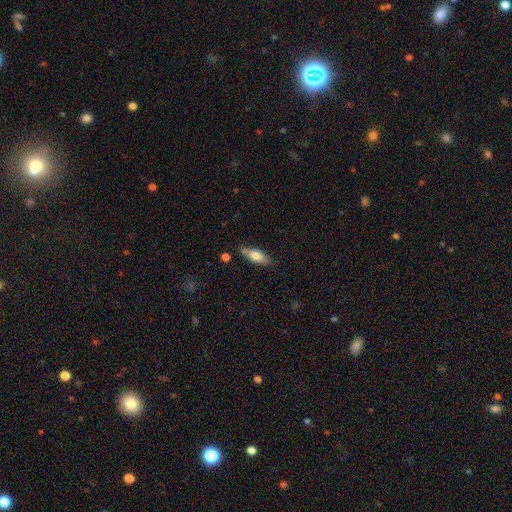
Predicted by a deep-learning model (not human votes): Smooth or featured? Predicted: smooth (p=0.75). How rounded? Predicted: in between (p=0.72). Merging? Predicted: none (p=0.69).